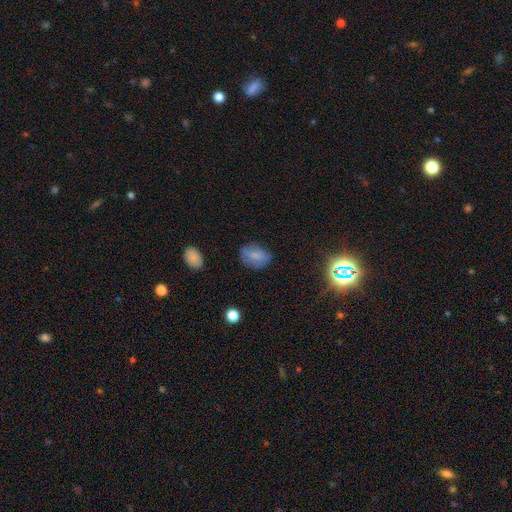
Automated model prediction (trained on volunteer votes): The model was most divided on "how rounded": in between: 74%, round: 24%, cigar-shaped: 2%. More confident: smooth or featured — smooth (72%); merging — none (72%).